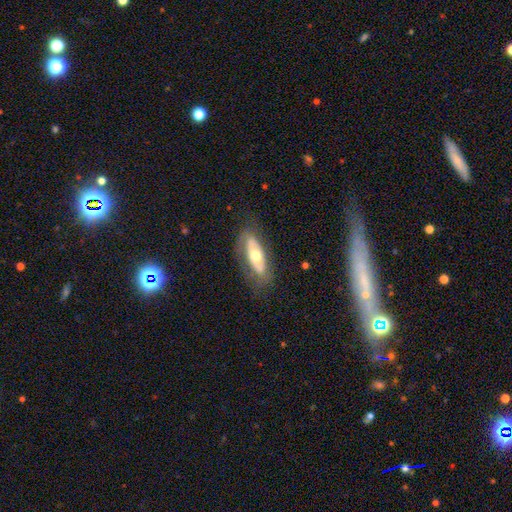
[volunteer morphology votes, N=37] smooth_or_featured: featured or disk (p=0.57) [alt: smooth p=0.38]
disk_edge_on: no (p=0.81) [alt: yes p=0.19]
bar: no (p=0.82) [alt: weak p=0.12]
has_spiral_arms: no (p=0.82) [alt: yes p=0.18]
bulge_size: moderate (p=0.82) [alt: large p=0.06]
merging: none (p=0.77) [alt: minor disturbance p=0.11]